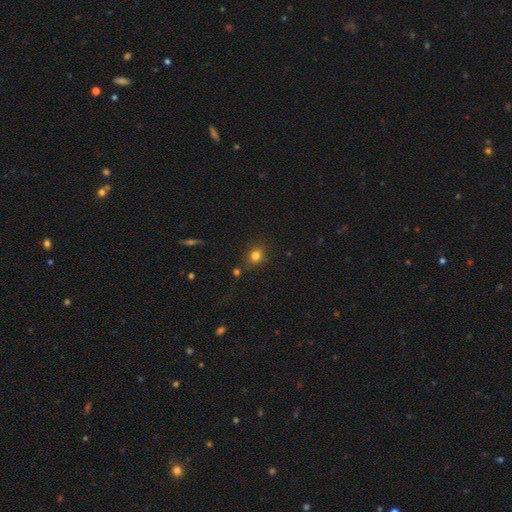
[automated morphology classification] type=smooth (79%); roundness=round (70%); merging=none (76%).